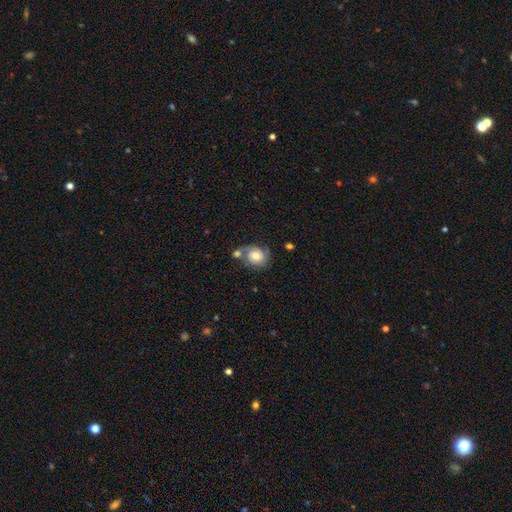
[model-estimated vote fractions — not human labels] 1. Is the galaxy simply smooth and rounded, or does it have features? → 54% smooth, 37% featured or disk, 9% star or artifact.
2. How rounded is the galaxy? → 58% round, 41% in between, 1% cigar-shaped.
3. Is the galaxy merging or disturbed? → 41% none, 26% merger, 21% minor disturbance, 11% major disturbance.